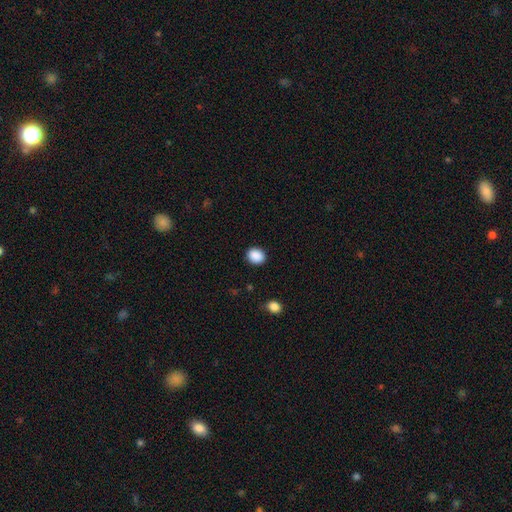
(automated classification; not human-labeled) smooth 89%, star or artifact 8%, featured or disk 2%. Down the decision tree: how rounded — round (58%); merging — none (89%).